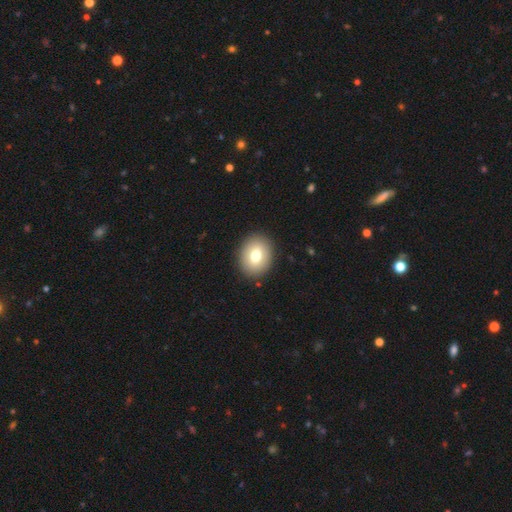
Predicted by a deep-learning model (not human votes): Smooth or featured?
  - smooth: 74% *
  - featured or disk: 17%
  - star or artifact: 9%
How rounded?
  - in between: 53% *
  - round: 46%
  - cigar-shaped: 1%
Merging?
  - none: 90% *
  - minor disturbance: 7%
  - major disturbance: 2%
  - merger: 1%